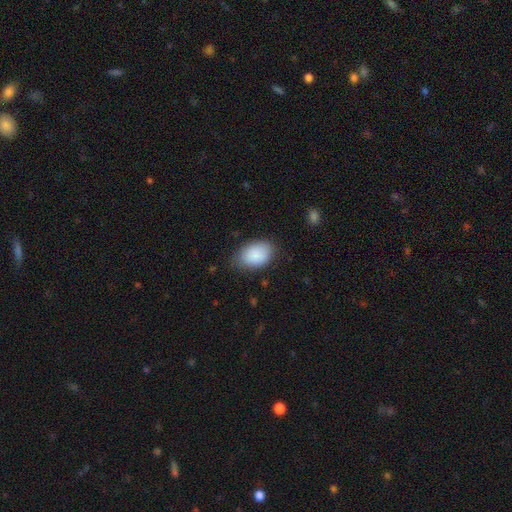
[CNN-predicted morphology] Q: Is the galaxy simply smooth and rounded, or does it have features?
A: smooth — 89%.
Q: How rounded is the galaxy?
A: in between — 87%.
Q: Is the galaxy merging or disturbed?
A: none — 75%.